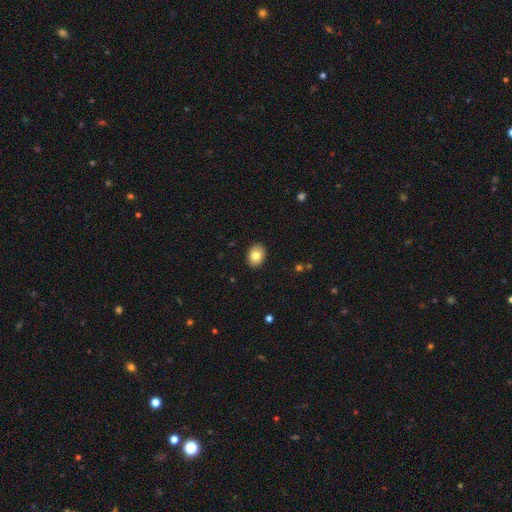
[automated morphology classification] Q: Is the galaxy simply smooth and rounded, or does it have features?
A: smooth — 81%.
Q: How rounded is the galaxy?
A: in between — 67%.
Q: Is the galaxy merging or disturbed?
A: none — 90%.